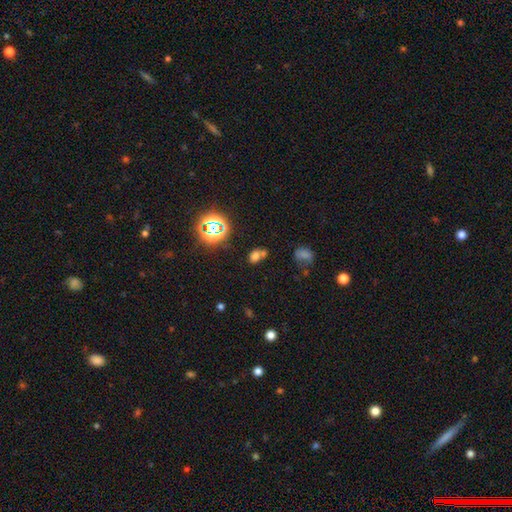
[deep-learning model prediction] A smooth galaxy with no disk features (62%) that is in between round and cigar-shaped (69%).

Vote fractions:
- Smooth or featured? smooth: 62% / star or artifact: 28% / featured or disk: 10%
- How rounded? in between: 69% / round: 29% / cigar-shaped: 2%
- Merging? none: 43% / merger: 40% / minor disturbance: 11% / major disturbance: 5%